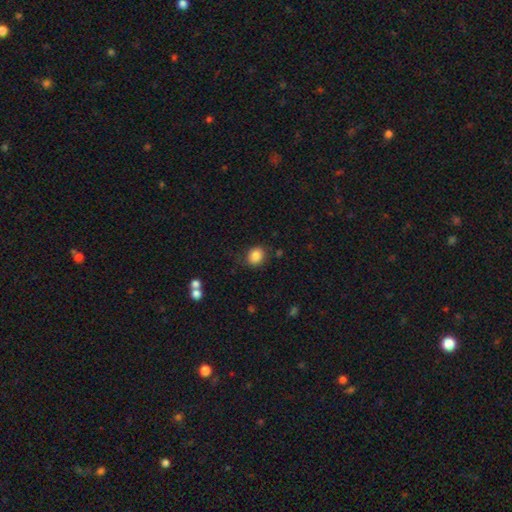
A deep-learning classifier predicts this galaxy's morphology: Q: Smooth or featured?
A: smooth (84%); runner-up: star or artifact (10%)
Q: How rounded?
A: round (68%); runner-up: in between (31%)
Q: Merging?
A: none (79%); runner-up: minor disturbance (14%)